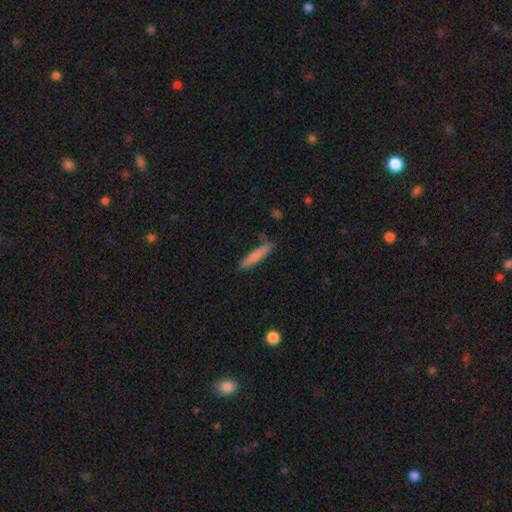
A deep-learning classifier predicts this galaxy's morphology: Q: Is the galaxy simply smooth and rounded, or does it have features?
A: smooth — 76%.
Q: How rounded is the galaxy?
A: cigar-shaped — 91%.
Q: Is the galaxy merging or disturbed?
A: none — 81%.